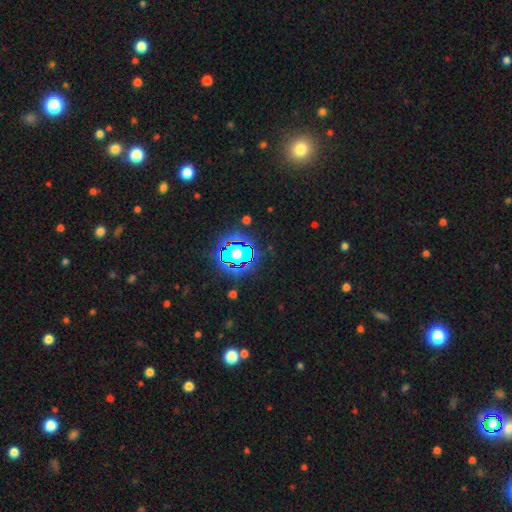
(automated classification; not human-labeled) Smooth or featured? Predicted: star or artifact (p=0.82).